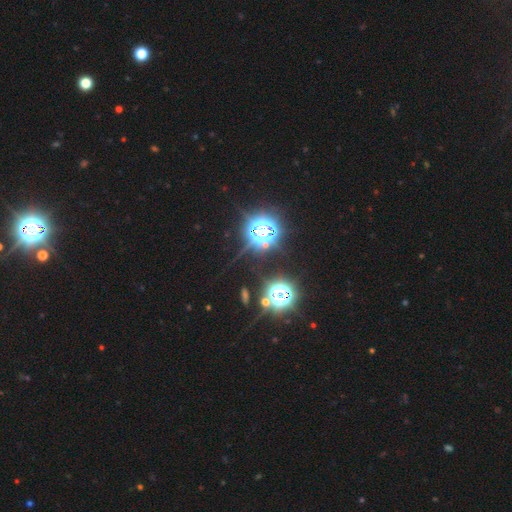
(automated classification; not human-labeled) smooth-or-featured: star or artifact: 78% | smooth: 17% | featured or disk: 5%